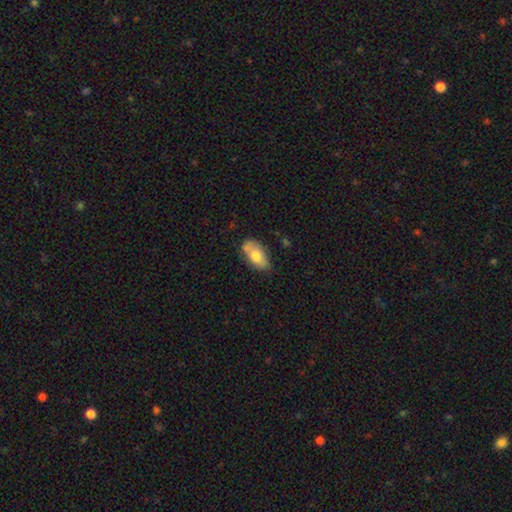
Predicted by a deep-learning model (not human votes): Smooth or featured? smooth (70%)
How rounded? in between (92%)
Merging? none (61%)